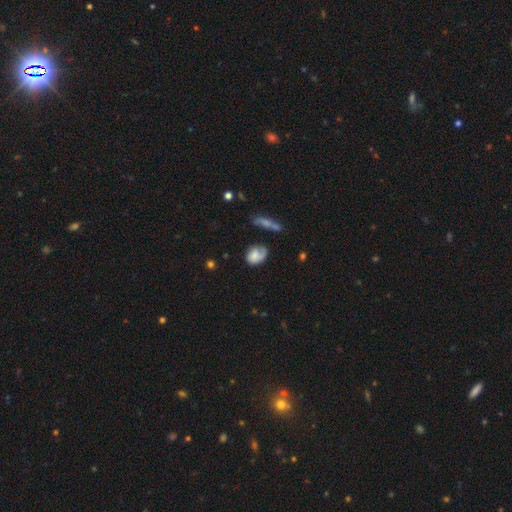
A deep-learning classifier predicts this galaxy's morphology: smooth-or-featured: smooth: 65% | featured or disk: 27% | star or artifact: 8%
  how-rounded: in between: 67% | round: 31% | cigar-shaped: 2%
  merging: none: 42% | minor disturbance: 31% | major disturbance: 21% | merger: 7%